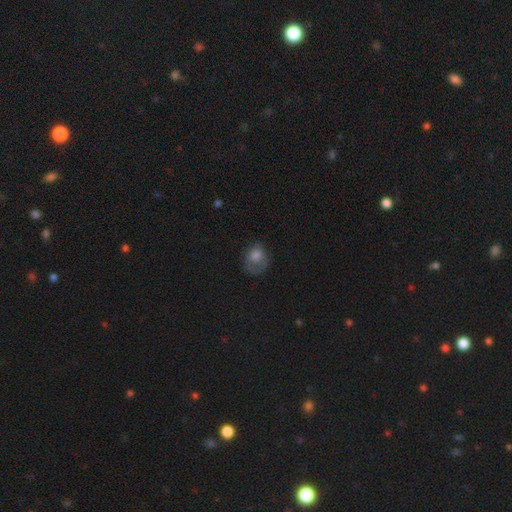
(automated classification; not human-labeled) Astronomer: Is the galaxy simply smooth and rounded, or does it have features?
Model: smooth — 63%.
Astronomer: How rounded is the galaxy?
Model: round — 51% (runner-up: in between, 48%).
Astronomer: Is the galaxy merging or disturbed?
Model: none — 45% (runner-up: major disturbance, 27%).